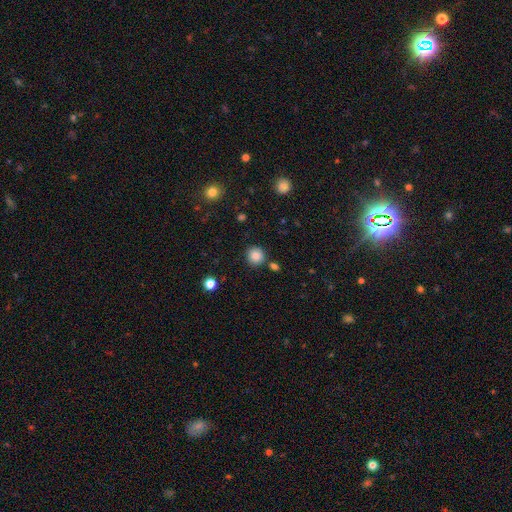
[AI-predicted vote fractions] smooth_or_featured: smooth (p=0.85) [alt: star or artifact p=0.10]
how_rounded: round (p=0.92) [alt: in between p=0.07]
merging: none (p=0.85) [alt: minor disturbance p=0.07]